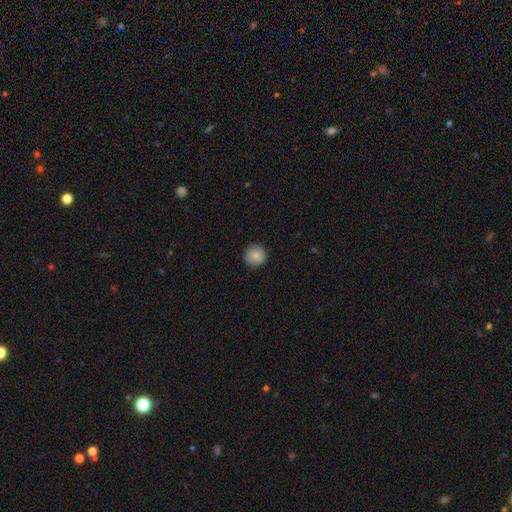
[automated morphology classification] Overall: smooth (86%). How rounded: round (95%). Merging: none (90%).